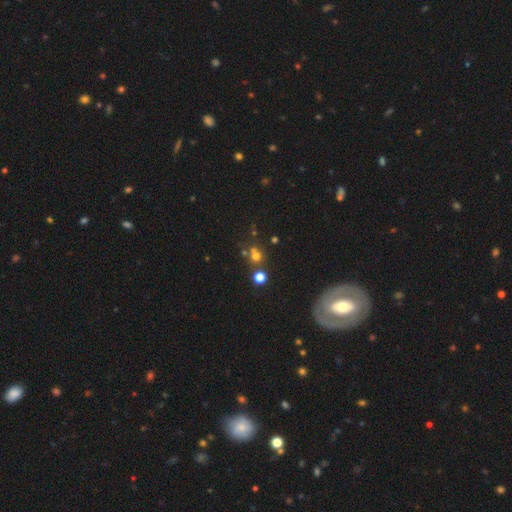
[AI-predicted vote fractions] smooth-or-featured: smooth: 60% | star or artifact: 29% | featured or disk: 11%
  how-rounded: round: 86% | in between: 13% | cigar-shaped: 1%
  merging: none: 61% | merger: 26% | minor disturbance: 9% | major disturbance: 4%